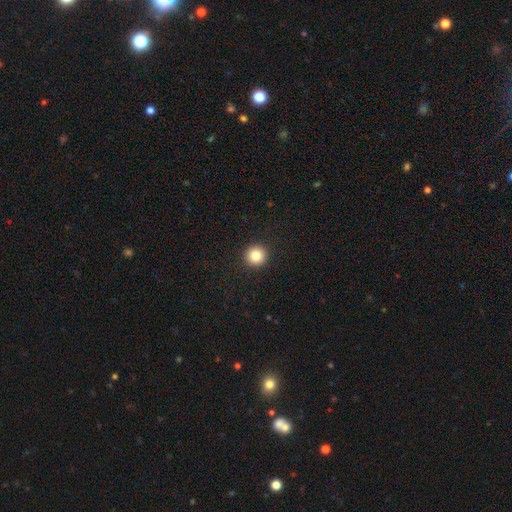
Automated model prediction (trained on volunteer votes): A smooth galaxy with no disk features (83%) that is round (95%). Merging: none (93%).